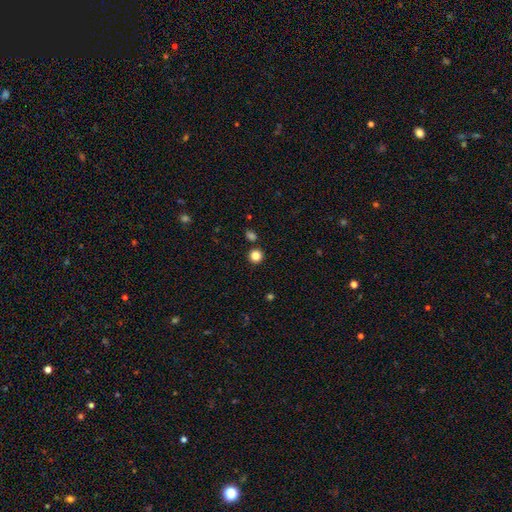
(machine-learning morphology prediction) Smooth or featured? smooth (84%)
How rounded? round (93%)
Merging? none (88%)